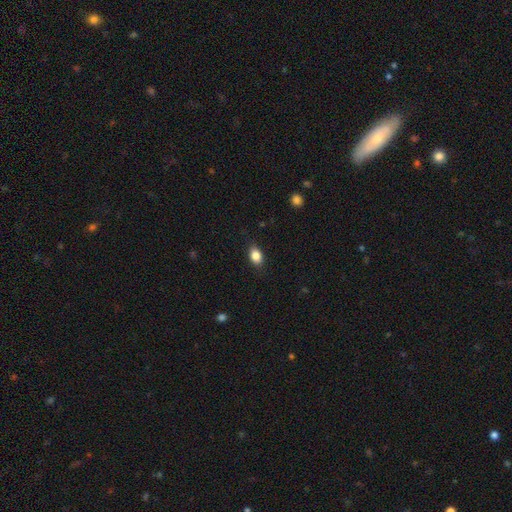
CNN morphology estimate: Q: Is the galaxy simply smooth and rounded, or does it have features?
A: smooth — 85%.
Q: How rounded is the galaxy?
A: in between — 82%.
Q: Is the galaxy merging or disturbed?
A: none — 84%.